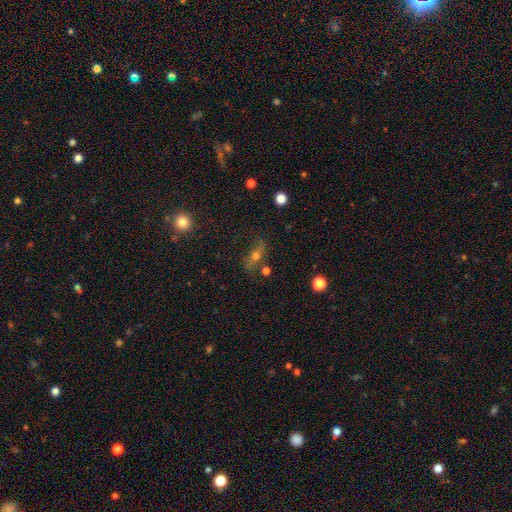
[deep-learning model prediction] Smooth or featured? featured or disk (44%)
Merging? none (67%)